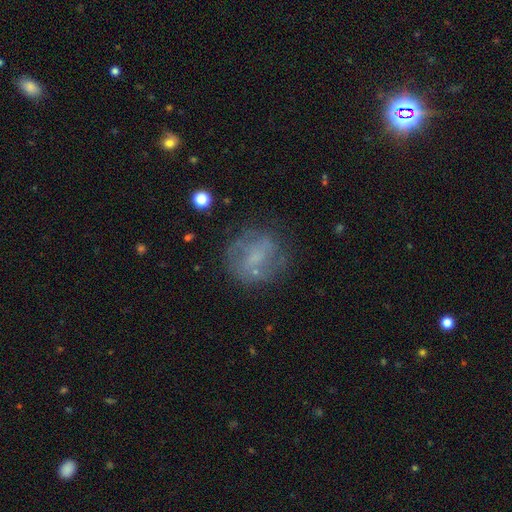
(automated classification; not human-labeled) smooth-or-featured: featured or disk: 51% | smooth: 37% | star or artifact: 12%
  disk-edge-on: no: 97% | yes: 3%
  merging: none: 65% | minor disturbance: 19% | major disturbance: 13% | merger: 4%